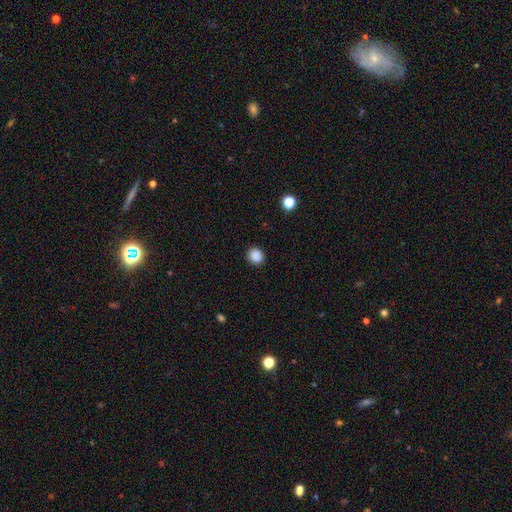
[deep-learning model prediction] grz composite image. It shows a smooth galaxy with no disk features (87%) that is round (85%). Merging: none (90%).